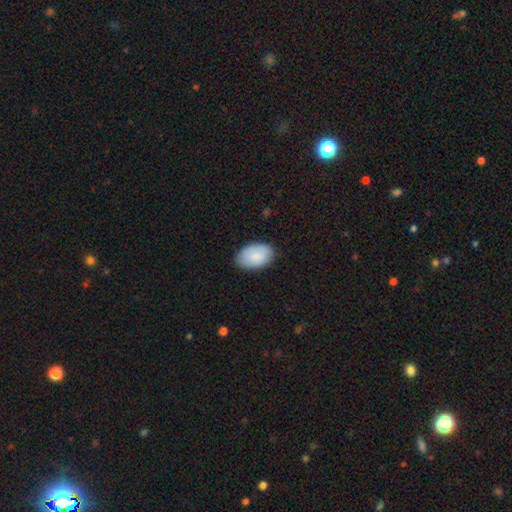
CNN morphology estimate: Smooth or featured? Predicted: smooth (p=0.86). How rounded? Predicted: in between (p=0.93). Merging? Predicted: none (p=0.81).